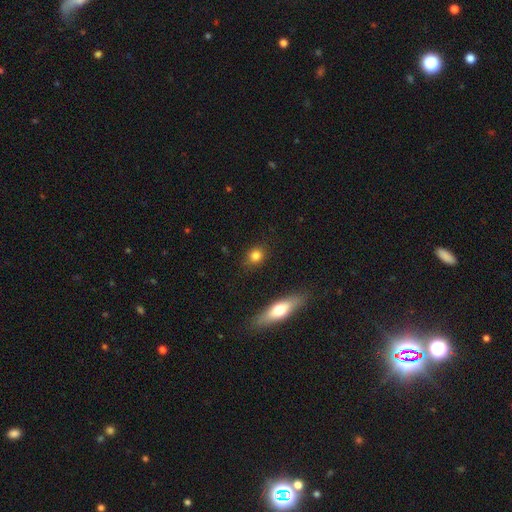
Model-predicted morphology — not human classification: type=smooth (82%); roundness=round (67%); merging=none (86%).